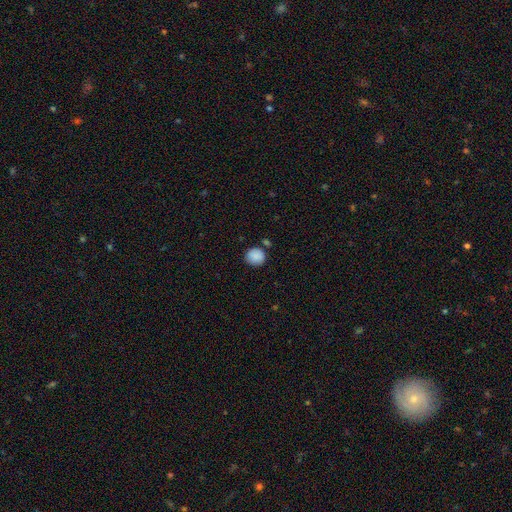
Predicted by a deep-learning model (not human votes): smooth 88%, star or artifact 8%, featured or disk 4%. Down the decision tree: how rounded — round (85%); merging — none (77%).